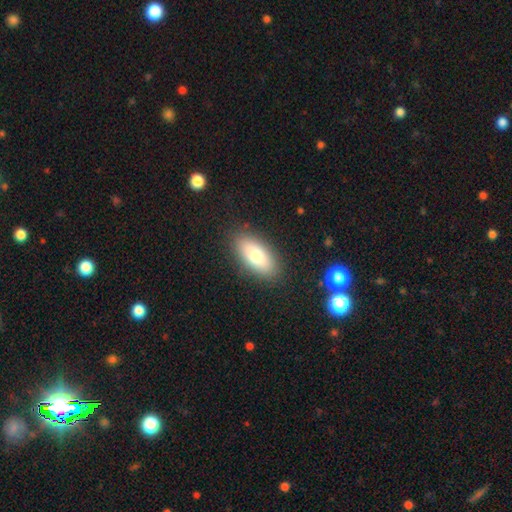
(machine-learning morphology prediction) Smooth or featured? Predicted: smooth (p=0.76). How rounded? Predicted: in between (p=0.88). Merging? Predicted: none (p=0.87).